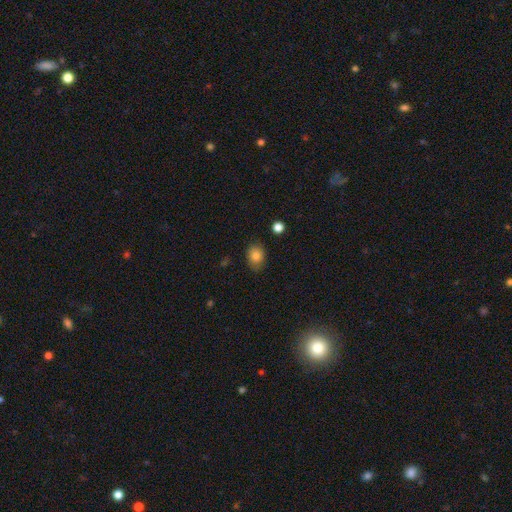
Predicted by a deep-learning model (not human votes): A smooth galaxy with no disk features (82%) that is in between round and cigar-shaped (51%). Merging: none (81%).